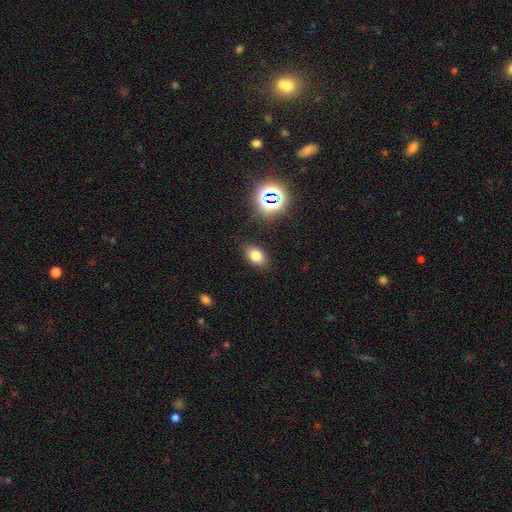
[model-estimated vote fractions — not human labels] Morphology: type=smooth (74%); roundness=in between (84%); merging=none (84%).